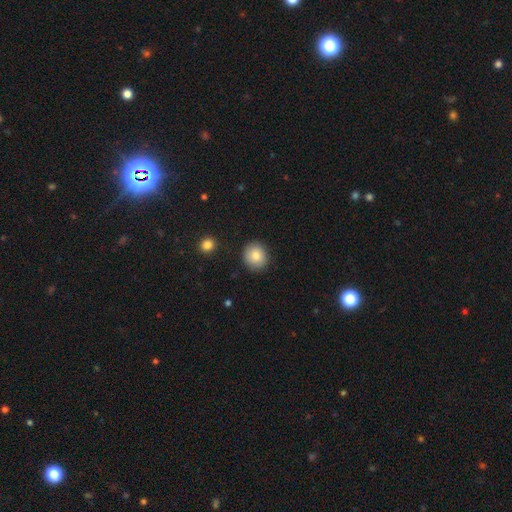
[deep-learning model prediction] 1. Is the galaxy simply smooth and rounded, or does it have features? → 84% smooth, 8% star or artifact, 8% featured or disk.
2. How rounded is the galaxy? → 85% round, 14% in between, 1% cigar-shaped.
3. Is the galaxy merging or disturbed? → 89% none, 8% minor disturbance, 2% major disturbance, 1% merger.